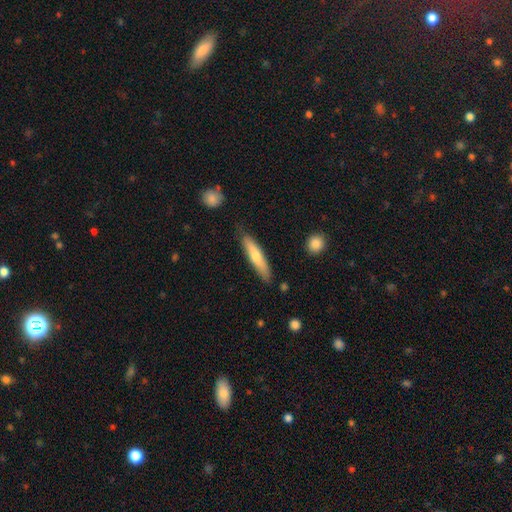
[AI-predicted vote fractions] Q: Smooth or featured?
A: smooth (68%); runner-up: featured or disk (27%)
Q: How rounded?
A: cigar-shaped (86%); runner-up: in between (13%)
Q: Merging?
A: none (80%); runner-up: minor disturbance (15%)